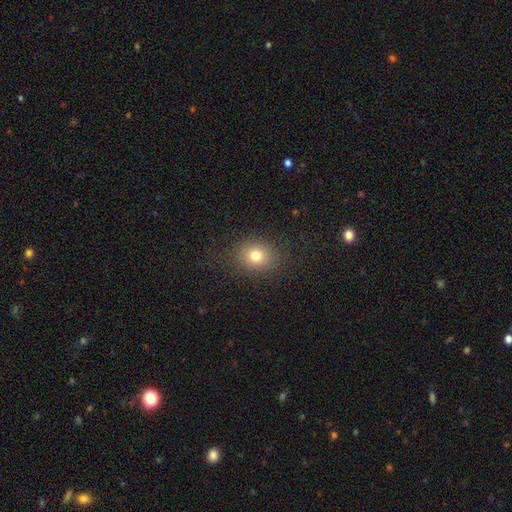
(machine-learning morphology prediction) A smooth galaxy with no disk features (77%) that is round (64%). Merging: none (85%).